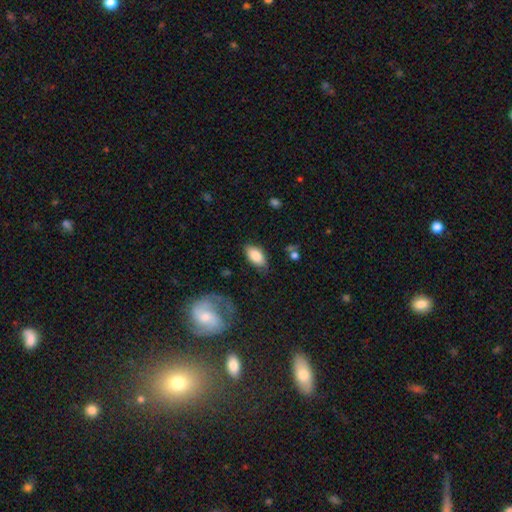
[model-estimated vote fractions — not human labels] Q: Smooth or featured?
A: smooth (83%); runner-up: featured or disk (10%)
Q: How rounded?
A: in between (93%); runner-up: cigar-shaped (4%)
Q: Merging?
A: none (77%); runner-up: minor disturbance (17%)